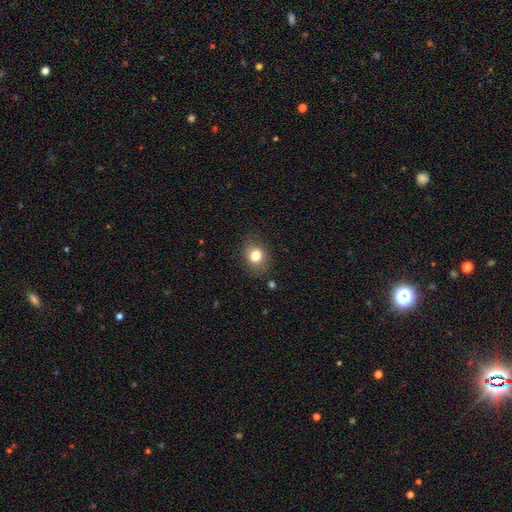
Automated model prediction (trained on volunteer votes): A smooth galaxy with no disk features (80%) that is round (60%). Merging: none (82%).